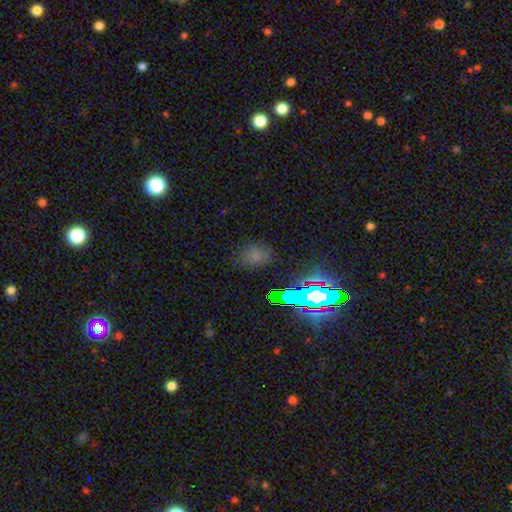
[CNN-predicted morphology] Overall: smooth (63%; star or artifact 28%). How rounded: in between (52%; round 46%). Merging: none (78%).